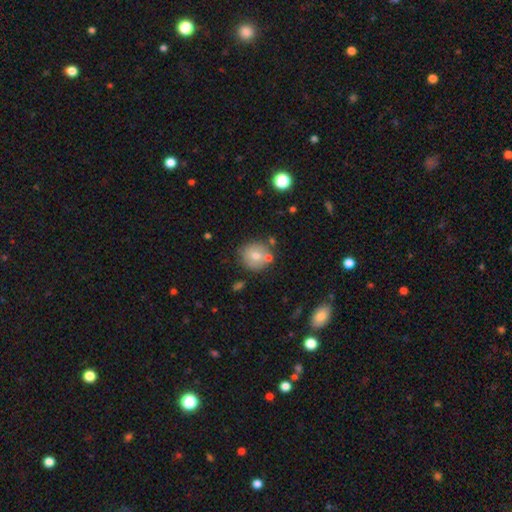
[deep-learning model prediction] Overall: smooth (69%). How rounded: round (91%). Merging: none (74%).